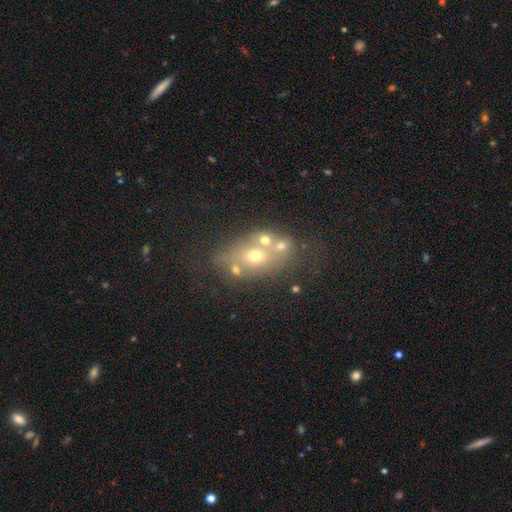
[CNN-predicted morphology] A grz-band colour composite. It shows a smooth galaxy with no disk features (47%). Merging: none (41%).